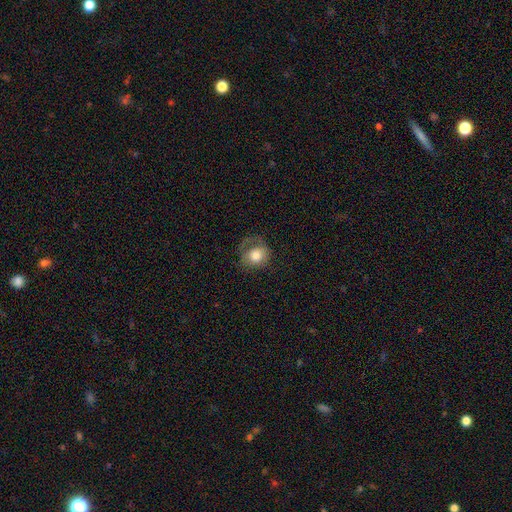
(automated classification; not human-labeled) This is likely a smooth galaxy (71%). How rounded: likely round (71%). Merging: marginally none (45%).